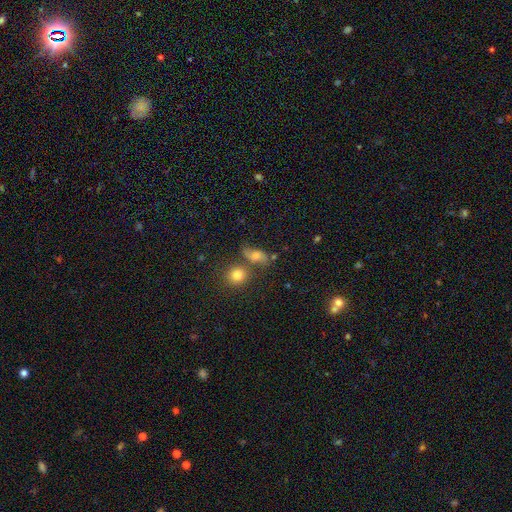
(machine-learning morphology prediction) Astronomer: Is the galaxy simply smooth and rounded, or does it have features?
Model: smooth — 51% (runner-up: featured or disk, 34%).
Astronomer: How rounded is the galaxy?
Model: in between — 62%.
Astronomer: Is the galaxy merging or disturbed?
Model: none — 50%.